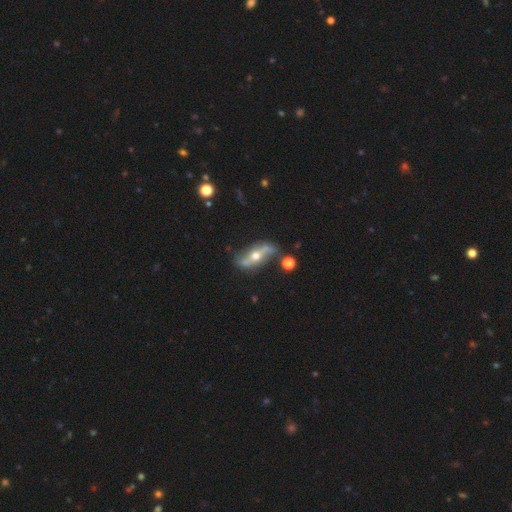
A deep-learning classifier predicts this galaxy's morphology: A featured or disk galaxy (80%) with no bar (41%), spiral arms (80%) and a moderate central bulge (71%).

Vote fractions:
- Smooth or featured? featured or disk: 80% / smooth: 14% / star or artifact: 6%
- Edge-on disk? no: 72% / yes: 28%
- Bar? no: 41% / strong: 38% / weak: 21%
- Spiral arms? yes: 80% / no: 20%
- Bulge size? moderate: 71% / small: 22% / large: 4% / dominant: 1% / none: 1%
- Merging? none: 69% / minor disturbance: 18% / major disturbance: 7% / merger: 6%